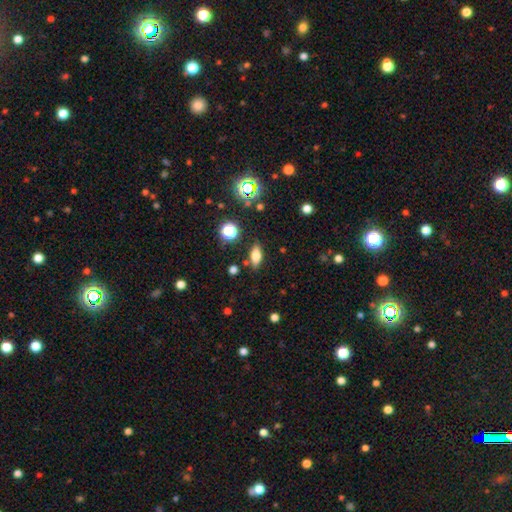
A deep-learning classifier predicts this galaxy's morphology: Smooth or featured? Predicted: smooth (p=0.68). How rounded? Predicted: in between (p=0.75). Merging? Predicted: none (p=0.82).